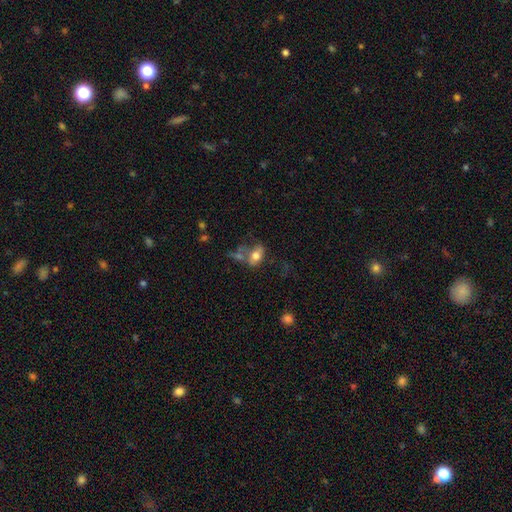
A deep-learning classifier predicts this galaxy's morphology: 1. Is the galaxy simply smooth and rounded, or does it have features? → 68% smooth, 21% featured or disk, 10% star or artifact.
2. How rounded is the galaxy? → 75% in between, 22% round, 2% cigar-shaped.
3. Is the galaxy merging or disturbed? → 33% none, 28% merger, 20% minor disturbance, 19% major disturbance.